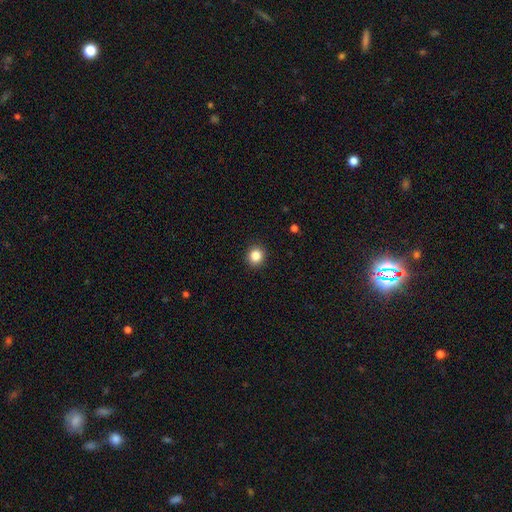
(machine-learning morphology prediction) Smooth or featured? Predicted: smooth (p=0.85). How rounded? Predicted: round (p=0.86). Merging? Predicted: none (p=0.92).